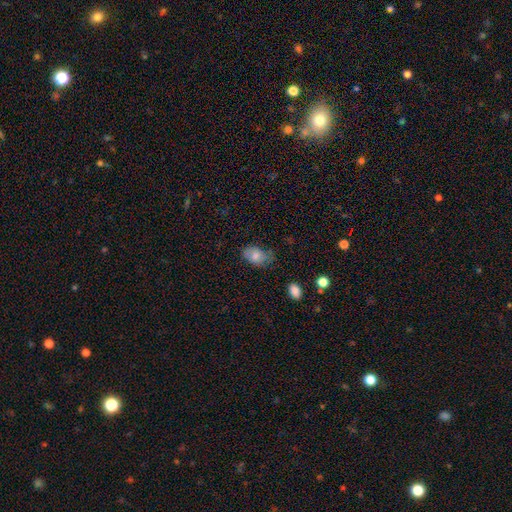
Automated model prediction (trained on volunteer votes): Overall: smooth (79%). How rounded: in between (87%). Merging: none (63%; minor disturbance 28%).